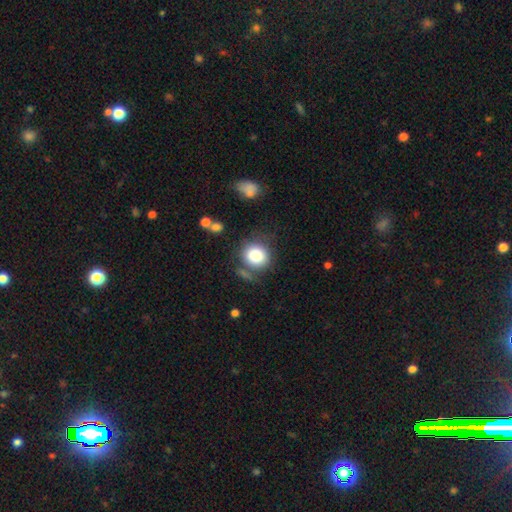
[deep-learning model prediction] Smooth or featured: smooth — 85% (star or artifact — 8%)
How rounded: round — 84% (in between — 15%)
Merging: none — 68% (minor disturbance — 16%)